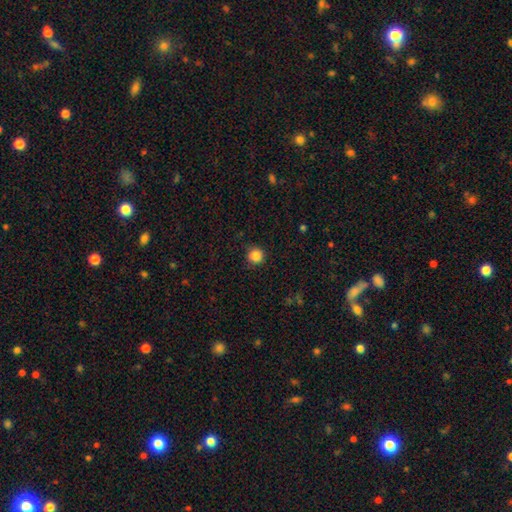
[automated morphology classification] Smooth or featured? Predicted: smooth (p=0.86). How rounded? Predicted: round (p=0.95). Merging? Predicted: none (p=0.89).